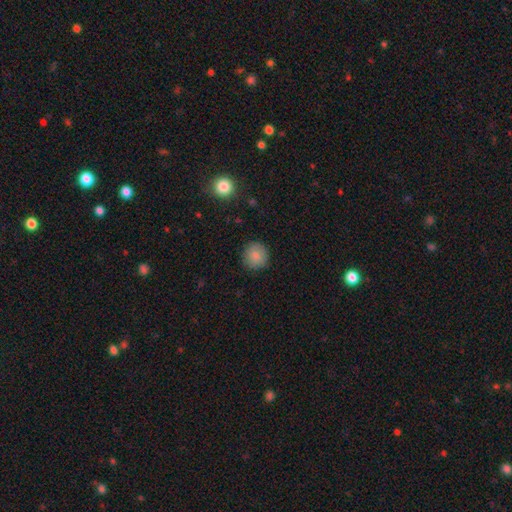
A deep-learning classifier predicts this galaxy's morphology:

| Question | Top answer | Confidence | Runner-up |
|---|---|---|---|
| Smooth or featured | smooth | 87% | star or artifact (8%) |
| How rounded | round | 92% | in between (7%) |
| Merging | none | 89% | minor disturbance (8%) |